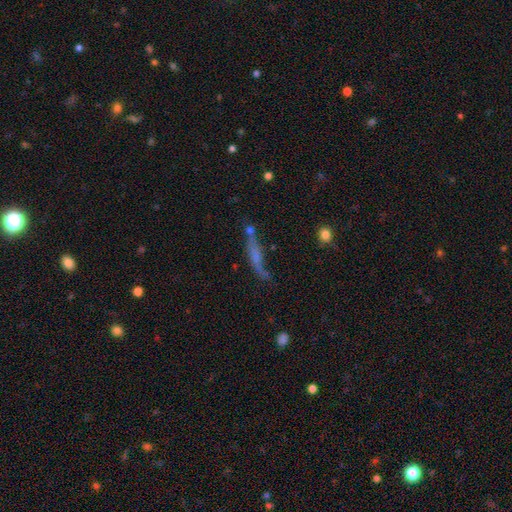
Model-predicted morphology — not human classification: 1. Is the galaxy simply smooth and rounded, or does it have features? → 51% featured or disk, 36% smooth, 12% star or artifact.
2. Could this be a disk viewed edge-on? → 63% yes, 37% no.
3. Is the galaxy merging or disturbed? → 48% none, 24% minor disturbance, 16% major disturbance, 12% merger.